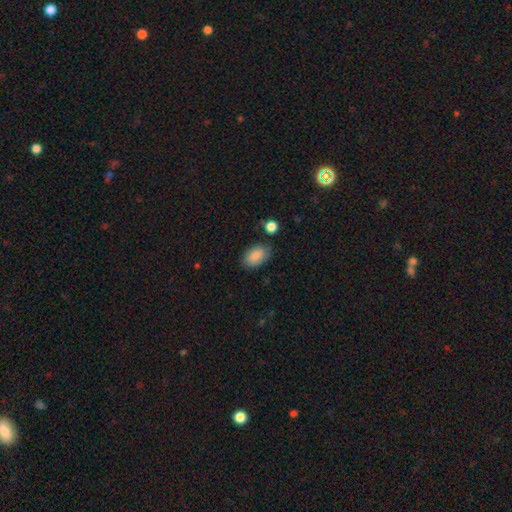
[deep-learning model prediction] smooth_or_featured: smooth (p=0.88) [alt: star or artifact p=0.07]
how_rounded: in between (p=0.91) [alt: round p=0.08]
merging: none (p=0.78) [alt: minor disturbance p=0.15]